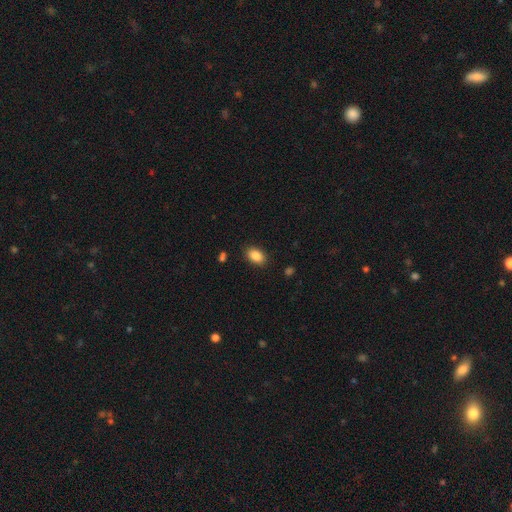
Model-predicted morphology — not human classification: Overall: smooth (88%). How rounded: in between (88%). Merging: none (87%).